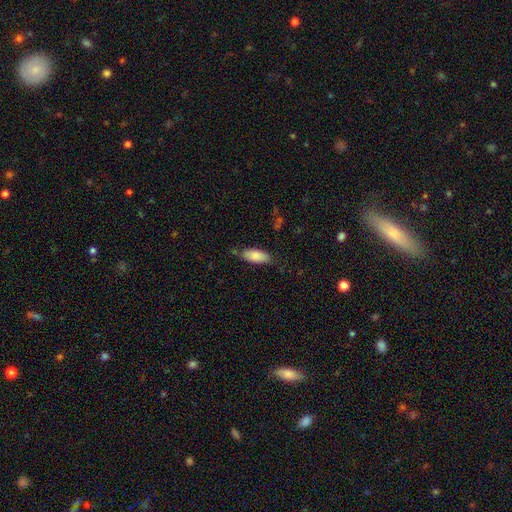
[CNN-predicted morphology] type=smooth (85%); roundness=in between (84%); merging=none (71%).